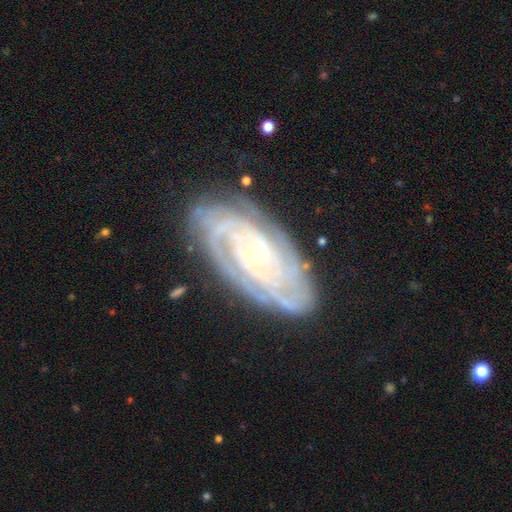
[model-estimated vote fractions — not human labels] smooth-or-featured: featured or disk: 89% | smooth: 6% | star or artifact: 6%
  disk-edge-on: no: 95% | yes: 5%
    bar: no: 71% | weak: 20% | strong: 9%
    has-spiral-arms: yes: 97% | no: 3%
      spiral-winding: tight: 81% | medium: 17% | loose: 3%
      spiral-arm-count: can't tell: 24% (tied) | 2: 24% (tied) | 3: 21% | 4: 16% | more than 4: 8% | 1: 6%
    bulge-size: small: 77% | moderate: 19% | none: 1% | large: 1% | dominant: 1%
  merging: none: 77% | minor disturbance: 17% | major disturbance: 5% | merger: 1%